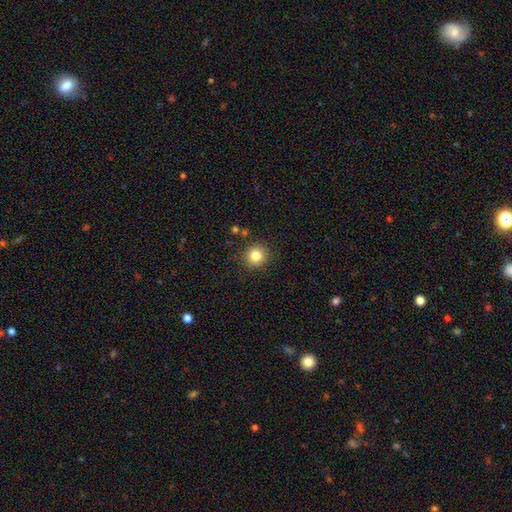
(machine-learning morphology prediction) A smooth galaxy with no disk features (83%) that is round (93%).

Vote fractions:
- Smooth or featured? smooth: 83% / star or artifact: 12% / featured or disk: 5%
- How rounded? round: 93% / in between: 6% / cigar-shaped: 1%
- Merging? none: 88% / minor disturbance: 7% / major disturbance: 2% / merger: 2%